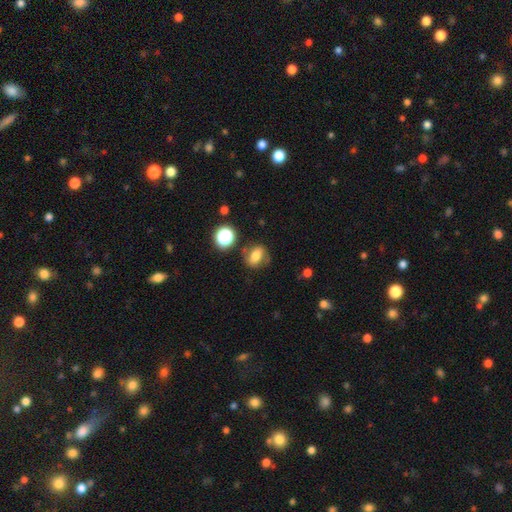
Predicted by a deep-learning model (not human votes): The model was most divided on "how rounded": in between: 59%, round: 39%, cigar-shaped: 2%. More confident: merging — none (70%); smooth or featured — smooth (66%).